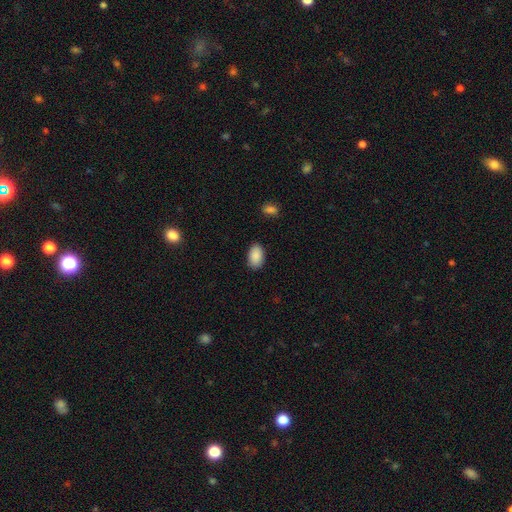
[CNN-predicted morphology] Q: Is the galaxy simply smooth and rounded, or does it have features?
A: smooth — 90%.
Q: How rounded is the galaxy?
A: in between — 93%.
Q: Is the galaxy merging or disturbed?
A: none — 87%.